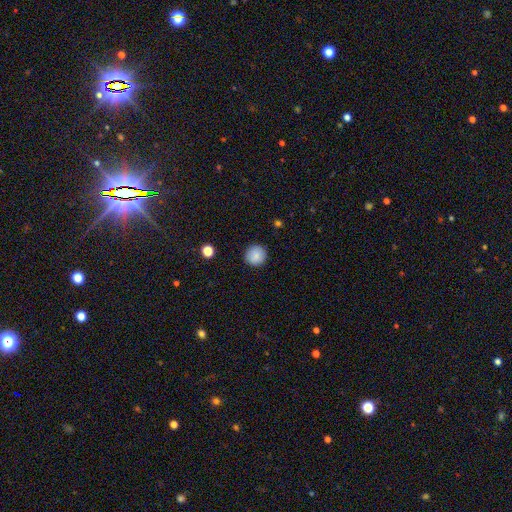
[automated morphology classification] smooth-or-featured: smooth: 87% | star or artifact: 8% | featured or disk: 5%
  how-rounded: round: 94% | in between: 5% | cigar-shaped: 1%
  merging: none: 91% | minor disturbance: 6% | major disturbance: 2% | merger: 1%